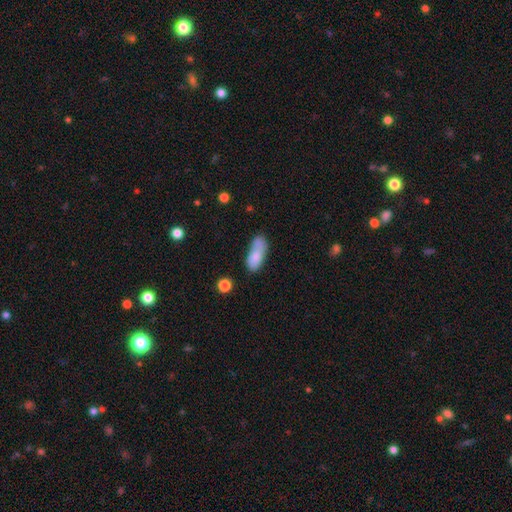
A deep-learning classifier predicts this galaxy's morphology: Smooth or featured: smooth — 78% (featured or disk — 14%)
How rounded: in between — 81% (cigar-shaped — 15%)
Merging: none — 41% (minor disturbance — 25%)